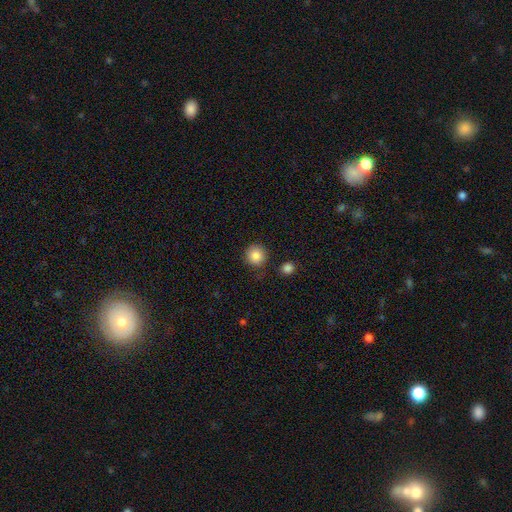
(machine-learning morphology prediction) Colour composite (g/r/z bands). It shows a smooth galaxy with no disk features (86%) that is round (93%). Merging: none (84%).